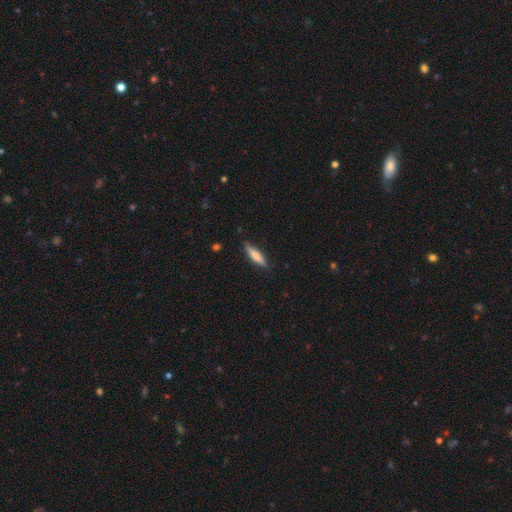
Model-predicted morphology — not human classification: type=smooth (57%); roundness=cigar-shaped (76%); merging=none (86%).